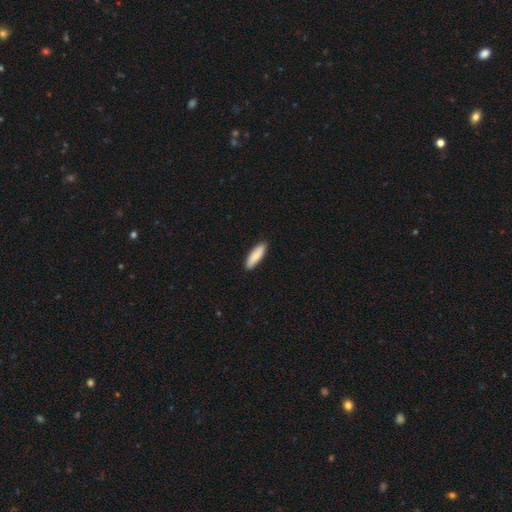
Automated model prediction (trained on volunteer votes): Morphology: type=smooth (86%); roundness=cigar-shaped (52%); merging=none (90%).